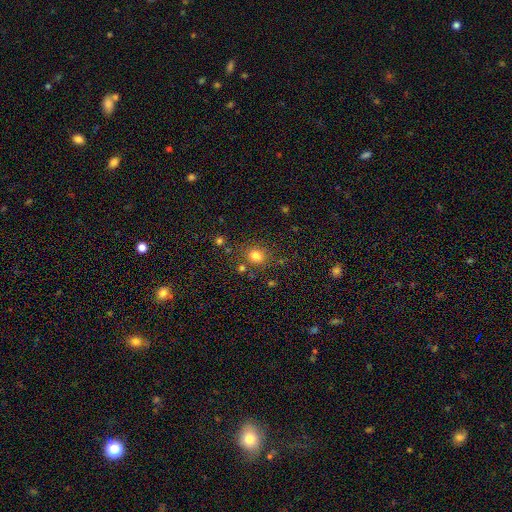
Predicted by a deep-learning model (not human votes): Overall: smooth (78%). How rounded: round (73%). Merging: none (77%).